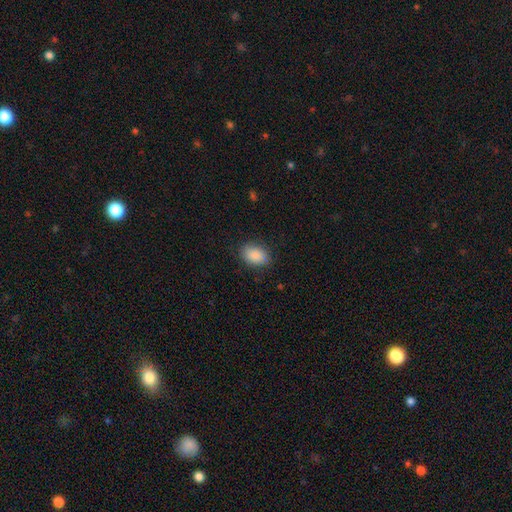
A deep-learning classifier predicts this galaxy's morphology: smooth_or_featured: smooth (p=0.89) [alt: star or artifact p=0.07]
how_rounded: in between (p=0.83) [alt: round p=0.16]
merging: none (p=0.84) [alt: minor disturbance p=0.12]